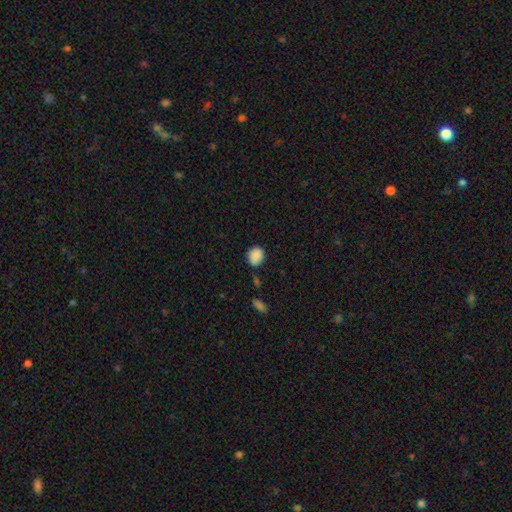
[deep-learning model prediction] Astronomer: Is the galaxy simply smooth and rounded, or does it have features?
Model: smooth — 87%.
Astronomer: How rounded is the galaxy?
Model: round — 61% (runner-up: in between, 38%).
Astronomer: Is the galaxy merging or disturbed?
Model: none — 70%.